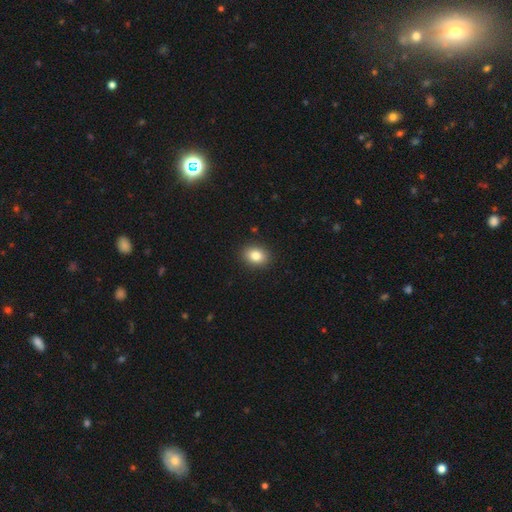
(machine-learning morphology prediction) A smooth galaxy with no disk features (84%) that is in between round and cigar-shaped (56%). Merging: none (90%).